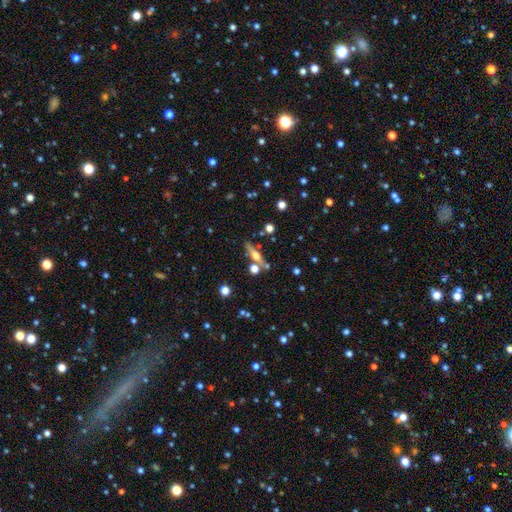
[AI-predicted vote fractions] Smooth or featured?
  - featured or disk: 58% *
  - smooth: 32%
  - star or artifact: 10%
Edge-on disk?
  - yes: 92% *
  - no: 8%
Edge-on bulge?
  - rounded: 91% *
  - boxy: 5%
  - none: 4%
Merging?
  - none: 73% *
  - merger: 12%
  - minor disturbance: 11%
  - major disturbance: 4%